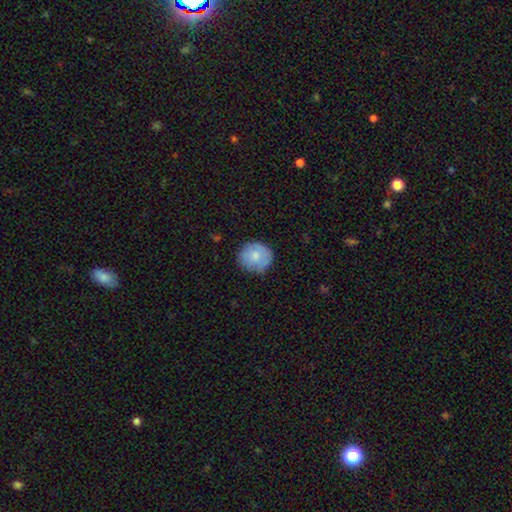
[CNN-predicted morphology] smooth 73%, featured or disk 20%, star or artifact 7%. Down the decision tree: how rounded — round (86%); merging — none (74%).